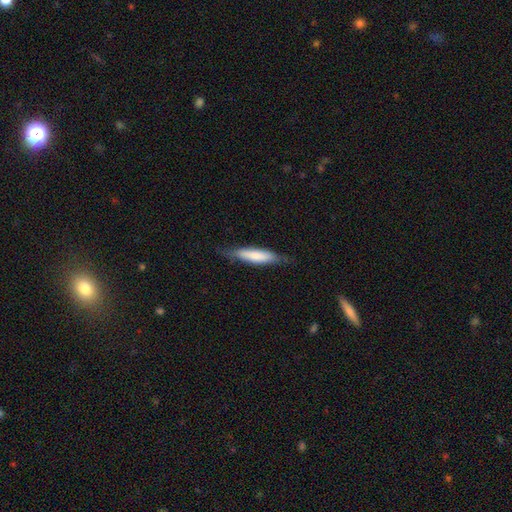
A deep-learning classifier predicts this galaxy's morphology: A smooth galaxy with no disk features (74%) that is cigar-shaped (73%). Merging: none (74%).